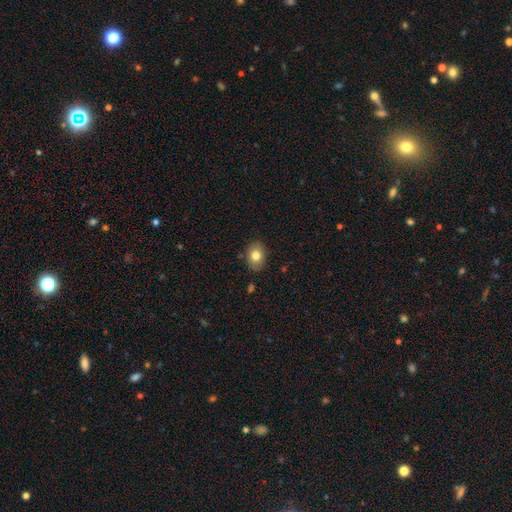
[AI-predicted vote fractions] smooth-or-featured: smooth: 79% | featured or disk: 12% | star or artifact: 9%
  how-rounded: in between: 66% | round: 33% | cigar-shaped: 1%
  merging: none: 84% | minor disturbance: 12% | major disturbance: 2% | merger: 2%